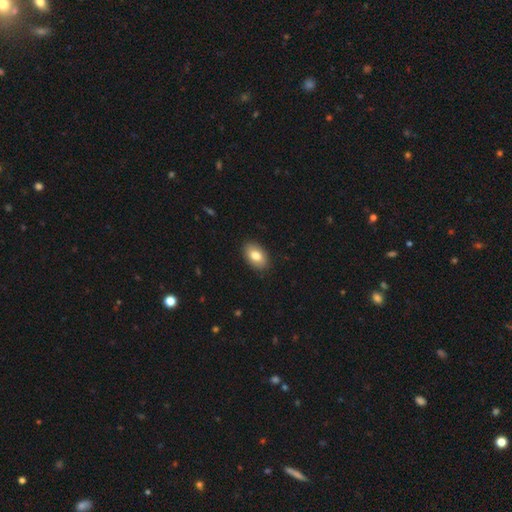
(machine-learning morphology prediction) This appears to be a smooth galaxy with no disk features (82%) that is in between round and cigar-shaped (92%). Merging: none (89%).